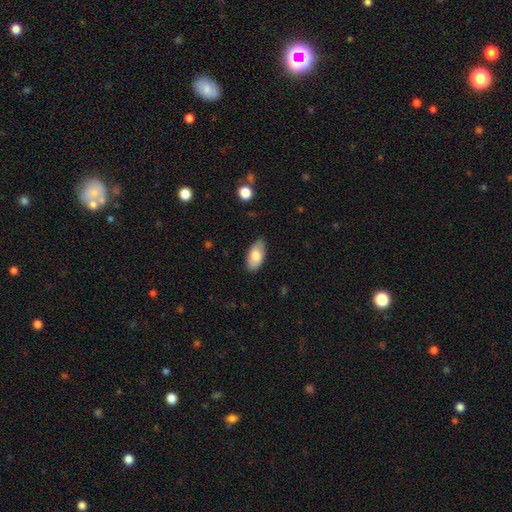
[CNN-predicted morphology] Smooth or featured: smooth — 80% (featured or disk — 14%)
How rounded: in between — 94% (cigar-shaped — 4%)
Merging: none — 83% (minor disturbance — 13%)